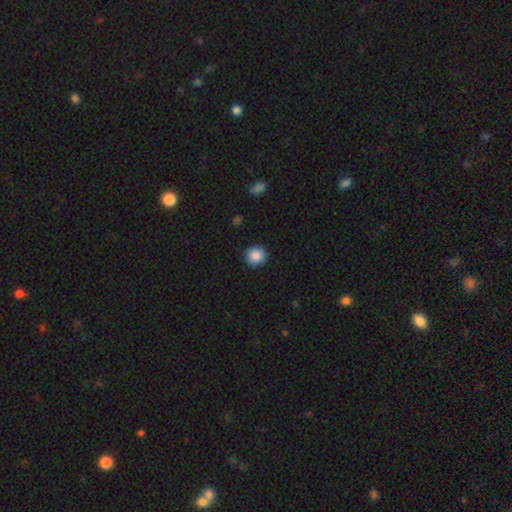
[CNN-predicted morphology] smooth 88%, star or artifact 9%, featured or disk 3%. Down the decision tree: how rounded — round (89%); merging — none (91%).